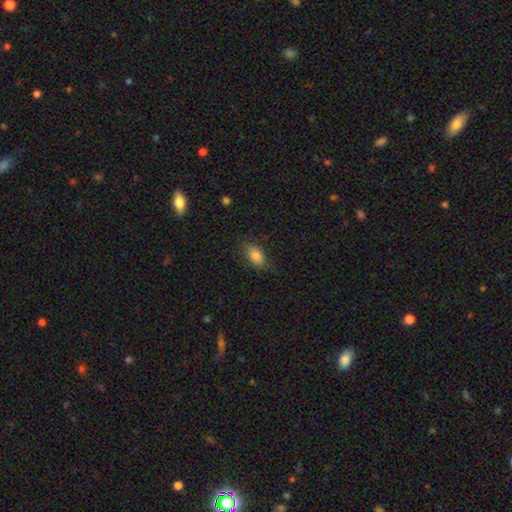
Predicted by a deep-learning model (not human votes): A smooth galaxy with no disk features (84%) that is in between round and cigar-shaped (88%).

Vote fractions:
- Smooth or featured? smooth: 84% / star or artifact: 8% / featured or disk: 7%
- How rounded? in between: 88% / round: 8% / cigar-shaped: 4%
- Merging? none: 79% / minor disturbance: 16% / major disturbance: 4% / merger: 1%